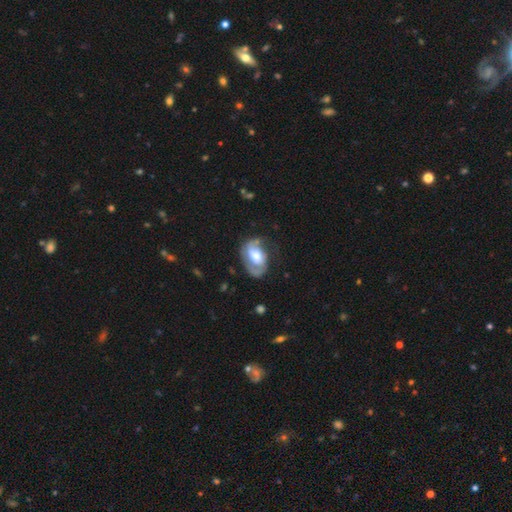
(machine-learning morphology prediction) This appears to be a featured or disk galaxy (69%) with no bar (47%), 2 (71%) medium (43%) spiral arms (81%) and a moderate central bulge (52%). Merging: none (57%).